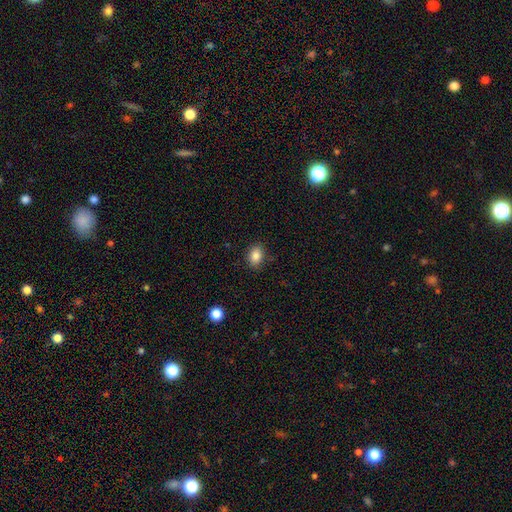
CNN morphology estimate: A smooth galaxy with no disk features (85%) that is in between round and cigar-shaped (74%).

Vote fractions:
- Smooth or featured? smooth: 85% / star or artifact: 9% / featured or disk: 6%
- How rounded? in between: 74% / round: 25% / cigar-shaped: 1%
- Merging? none: 85% / minor disturbance: 11% / major disturbance: 3% / merger: 1%